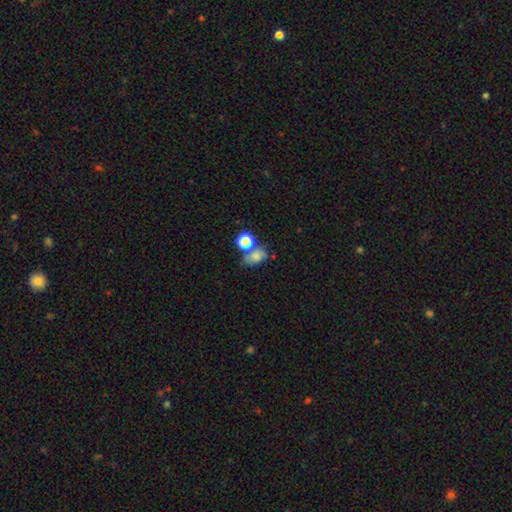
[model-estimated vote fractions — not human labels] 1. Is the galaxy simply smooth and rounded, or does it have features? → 66% smooth, 18% featured or disk, 16% star or artifact.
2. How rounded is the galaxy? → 65% in between, 33% round, 2% cigar-shaped.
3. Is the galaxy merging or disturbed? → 37% none, 34% merger, 18% minor disturbance, 12% major disturbance.